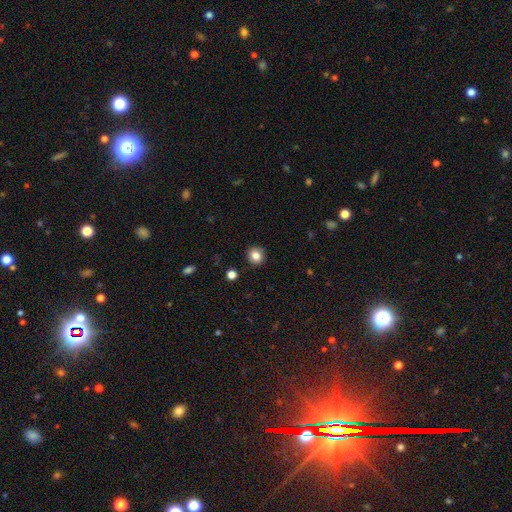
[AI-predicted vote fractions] This is clearly a smooth galaxy (84%). How rounded: clearly round (87%). Merging: clearly none (91%).